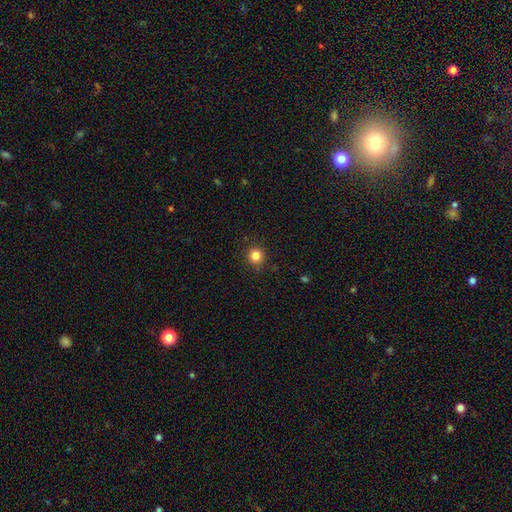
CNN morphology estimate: Overall: smooth (83%). How rounded: round (94%). Merging: none (90%).